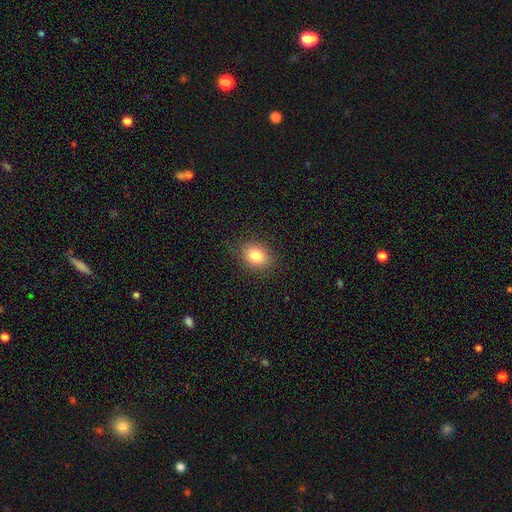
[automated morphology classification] smooth_or_featured: smooth (p=0.81) [alt: star or artifact p=0.10]
how_rounded: in between (p=0.56) [alt: round p=0.43]
merging: none (p=0.85) [alt: minor disturbance p=0.11]